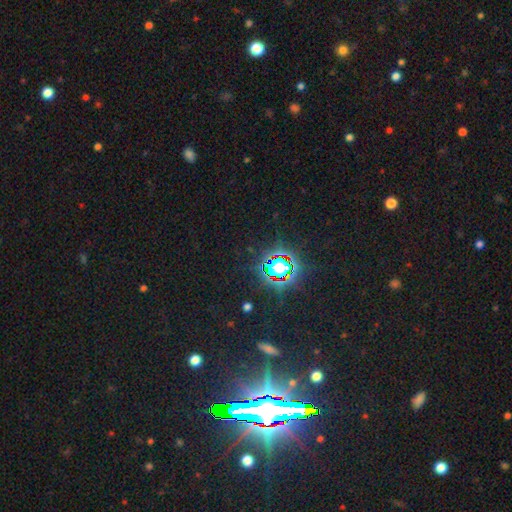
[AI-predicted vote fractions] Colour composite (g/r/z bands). It shows a star or artifact, not a galaxy (85%).